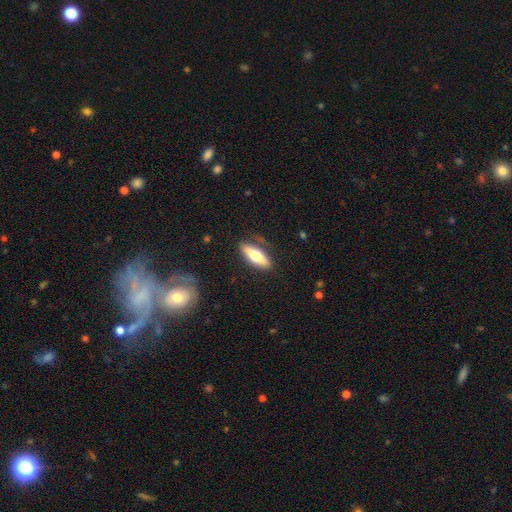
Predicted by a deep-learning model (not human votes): A smooth galaxy with no disk features (63%) that is in between round and cigar-shaped (62%).

Vote fractions:
- Smooth or featured? smooth: 63% / featured or disk: 31% / star or artifact: 6%
- How rounded? in between: 62% / cigar-shaped: 35% / round: 3%
- Merging? none: 78% / minor disturbance: 15% / major disturbance: 4% / merger: 2%